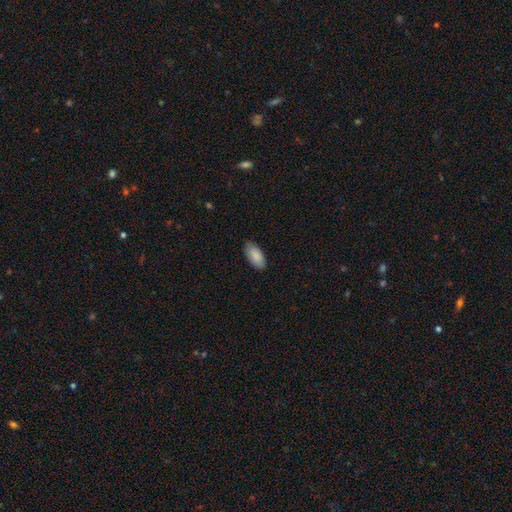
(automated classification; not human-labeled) This appears to be a smooth galaxy with no disk features (89%) that is in between round and cigar-shaped (93%). Merging: none (84%).